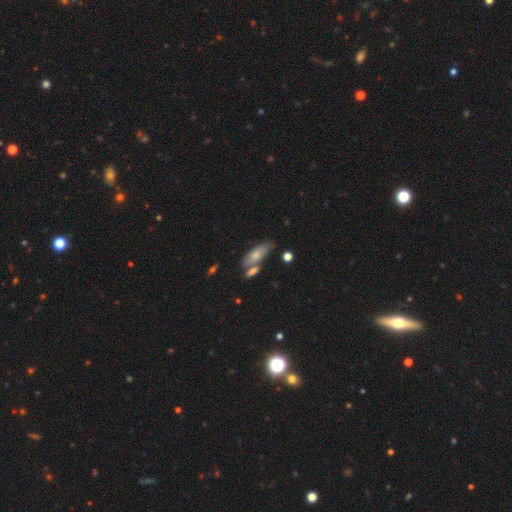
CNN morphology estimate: type=smooth (68%); roundness=in between (72%); merging=none (57%).